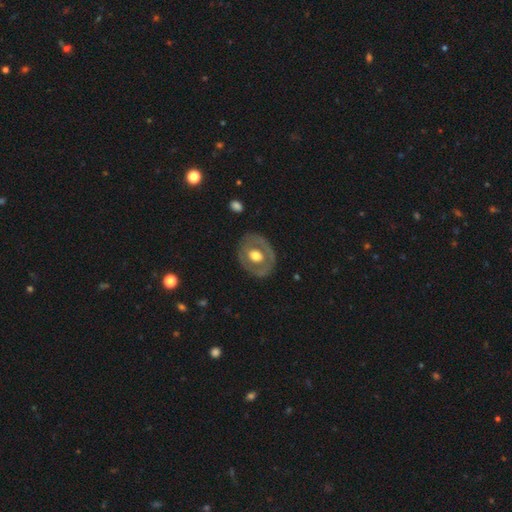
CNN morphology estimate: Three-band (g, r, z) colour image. It shows a featured or disk galaxy (54%) with no bar (79%), no spiral arms (87%) and a moderate central bulge (58%). Merging: none (80%).